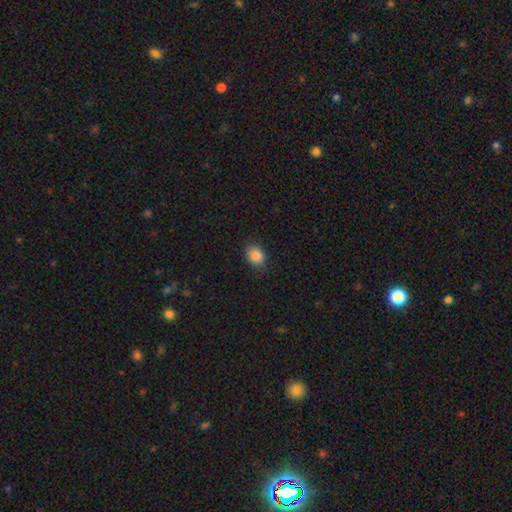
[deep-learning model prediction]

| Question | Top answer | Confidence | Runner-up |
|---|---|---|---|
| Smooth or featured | smooth | 87% | star or artifact (9%) |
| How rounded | in between | 52% | round (47%) |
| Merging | none | 85% | minor disturbance (11%) |